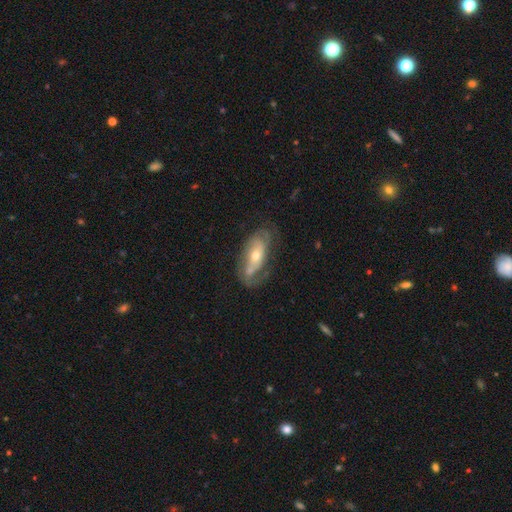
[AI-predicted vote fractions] Smooth or featured: featured or disk — 65% (smooth — 28%)
Edge-on disk: no — 85% (yes — 15%)
Bar: no — 64% (weak — 24%)
Spiral arms: yes — 68% (no — 32%)
Bulge size: moderate — 52% (small — 42%)
Merging: none — 50% (minor disturbance — 25%)